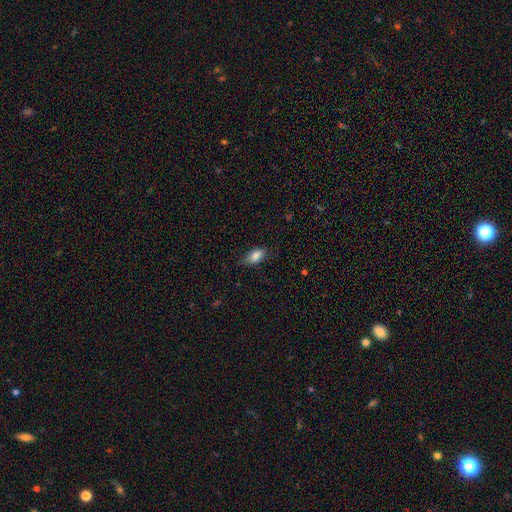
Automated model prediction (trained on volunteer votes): This is clearly a smooth galaxy (84%). How rounded: clearly in between (88%). Merging: likely none (73%).